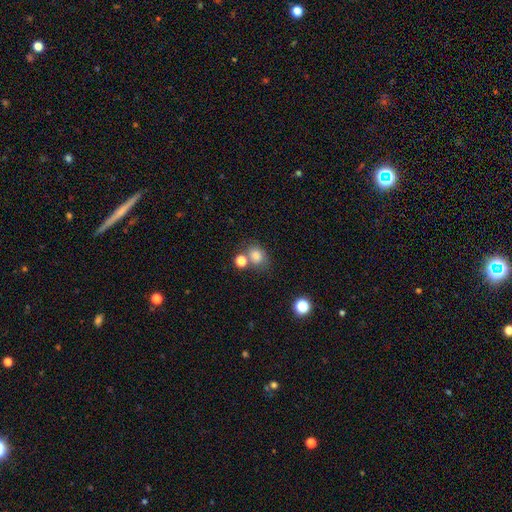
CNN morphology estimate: A smooth galaxy with no disk features (79%) that is round (54%). Merging: none (58%).